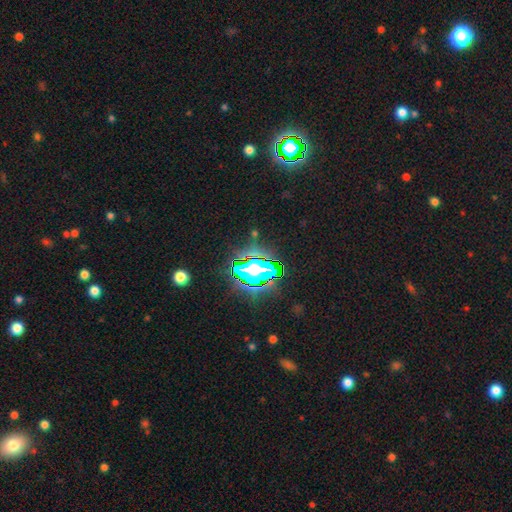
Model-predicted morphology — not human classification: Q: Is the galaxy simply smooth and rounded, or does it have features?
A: star or artifact — 83%.